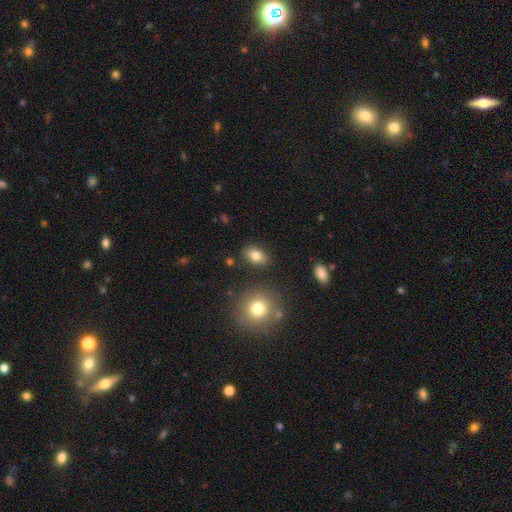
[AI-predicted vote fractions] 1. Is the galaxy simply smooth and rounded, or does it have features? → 80% smooth, 10% featured or disk, 10% star or artifact.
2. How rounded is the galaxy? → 83% in between, 16% round, 2% cigar-shaped.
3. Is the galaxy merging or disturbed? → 84% none, 10% minor disturbance, 3% merger, 3% major disturbance.